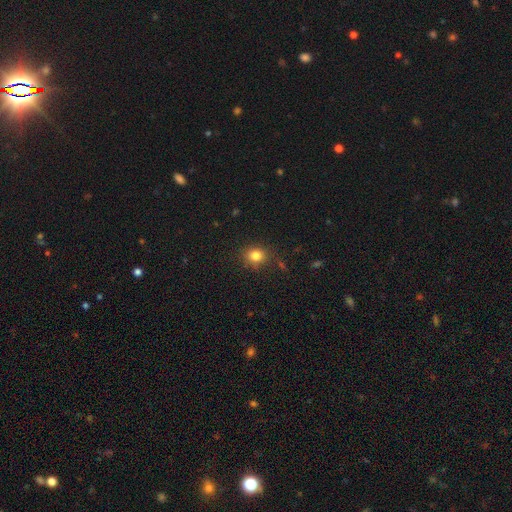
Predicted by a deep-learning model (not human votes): The model was most divided on "how rounded": round: 73%, in between: 26%, cigar-shaped: 1%. More confident: merging — none (83%); smooth or featured — smooth (82%).